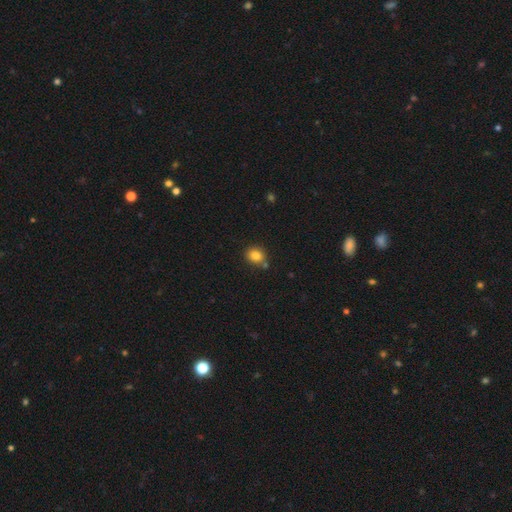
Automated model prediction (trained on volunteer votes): smooth-or-featured: smooth: 82% | star or artifact: 11% | featured or disk: 7%
  how-rounded: round: 73% | in between: 26% | cigar-shaped: 1%
  merging: none: 74% | minor disturbance: 12% | merger: 11% | major disturbance: 3%